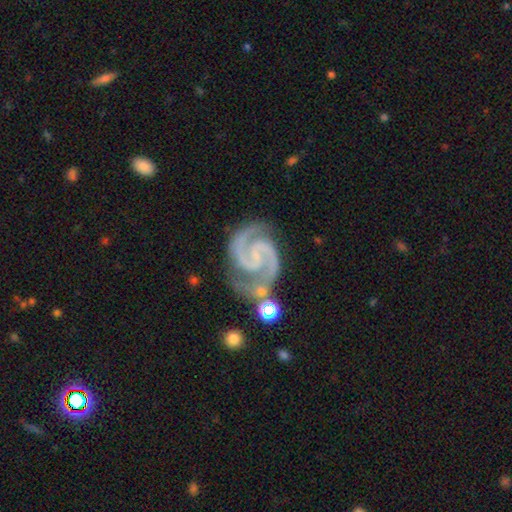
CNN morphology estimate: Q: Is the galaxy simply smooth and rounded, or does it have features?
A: featured or disk — 94%.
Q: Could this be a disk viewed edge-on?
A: no — 99%.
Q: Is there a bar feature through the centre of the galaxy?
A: no — 45%.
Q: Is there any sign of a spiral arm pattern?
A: yes — 99%.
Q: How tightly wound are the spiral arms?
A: medium — 53%.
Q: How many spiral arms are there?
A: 2 — 93%.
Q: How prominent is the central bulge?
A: small — 54%.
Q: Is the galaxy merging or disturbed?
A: none — 72%.